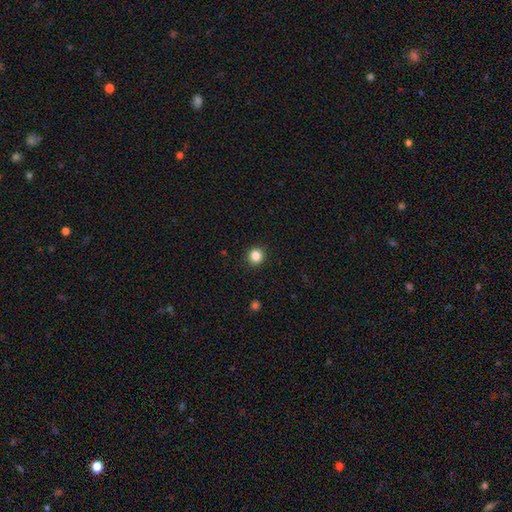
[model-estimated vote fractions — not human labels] This is clearly a smooth galaxy (84%). How rounded: clearly round (91%). Merging: clearly none (92%).